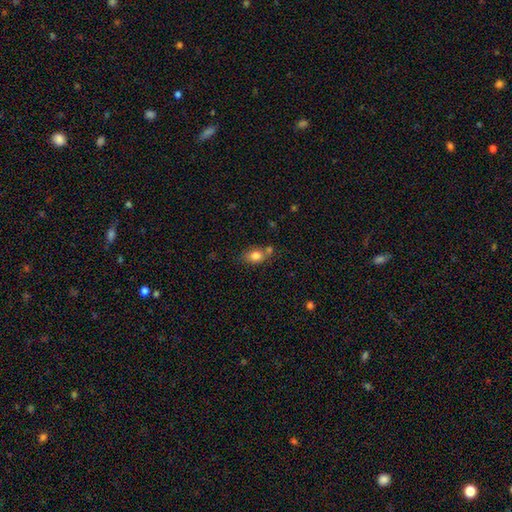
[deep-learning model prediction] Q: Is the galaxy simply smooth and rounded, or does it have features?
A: smooth — 80%.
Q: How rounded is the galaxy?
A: in between — 71%.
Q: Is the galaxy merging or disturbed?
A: none — 54%.